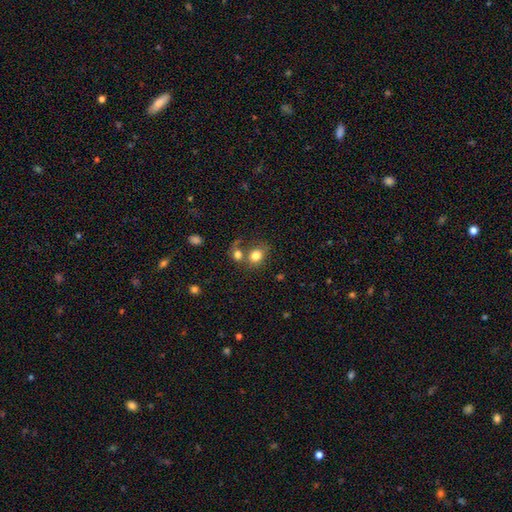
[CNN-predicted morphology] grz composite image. It shows a smooth galaxy with no disk features (80%) that is round (63%). Merging: none (49%).